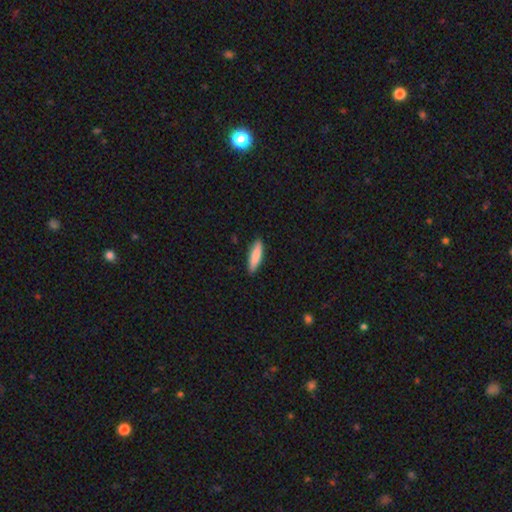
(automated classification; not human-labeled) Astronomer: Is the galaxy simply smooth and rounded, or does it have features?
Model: smooth — 85%.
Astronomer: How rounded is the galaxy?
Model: cigar-shaped — 65%.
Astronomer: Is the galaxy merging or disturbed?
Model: none — 88%.